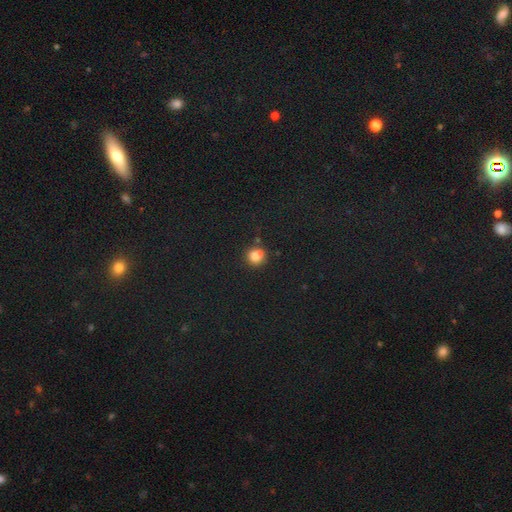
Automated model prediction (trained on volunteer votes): The model was most divided on "merging": none: 61%, merger: 20%, minor disturbance: 14%, major disturbance: 4%. More confident: how rounded — round (84%); smooth or featured — smooth (79%).